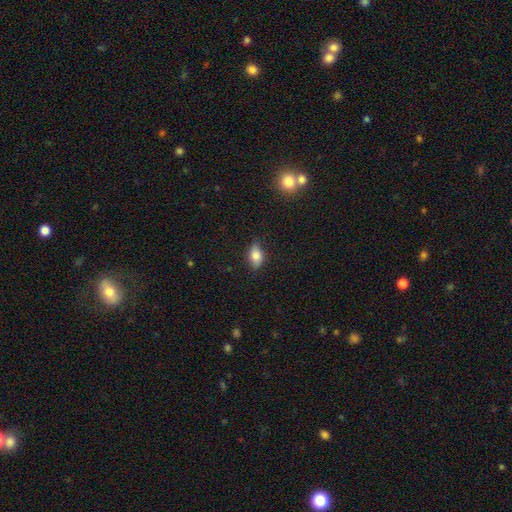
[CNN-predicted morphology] This is likely a smooth galaxy (74%). How rounded: clearly in between (85%). Merging: clearly none (83%).